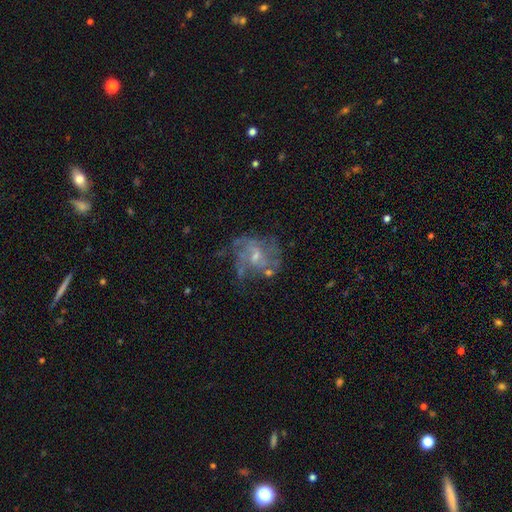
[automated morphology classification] Smooth or featured? Predicted: featured or disk (p=0.73). Edge-on disk? Predicted: no (p=0.98). Bar? Predicted: no (p=0.56). Spiral arms? Predicted: yes (p=0.73). Spiral winding? Predicted: medium (p=0.43). Spiral arm count? Predicted: can't tell (p=0.39). Bulge size? Predicted: small (p=0.55). Merging? Predicted: none (p=0.51).